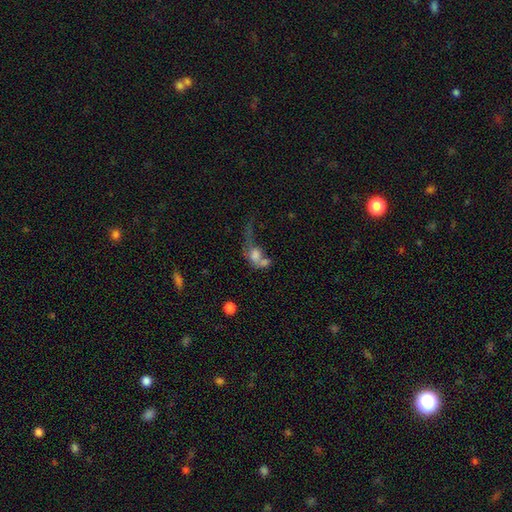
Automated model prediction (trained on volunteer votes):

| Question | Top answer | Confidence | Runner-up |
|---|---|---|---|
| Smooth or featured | smooth | 56% | featured or disk (31%) |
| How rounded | in between | 62% | round (34%) |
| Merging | merger | 43% | major disturbance (33%) |